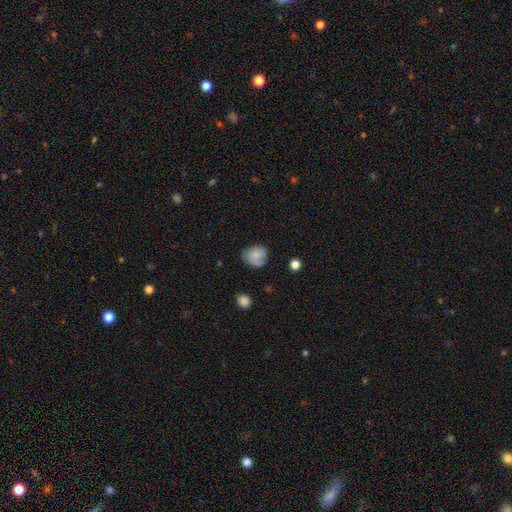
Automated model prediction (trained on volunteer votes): This is likely a smooth galaxy (71%). How rounded: possibly round (59%). Merging: possibly none (56%).